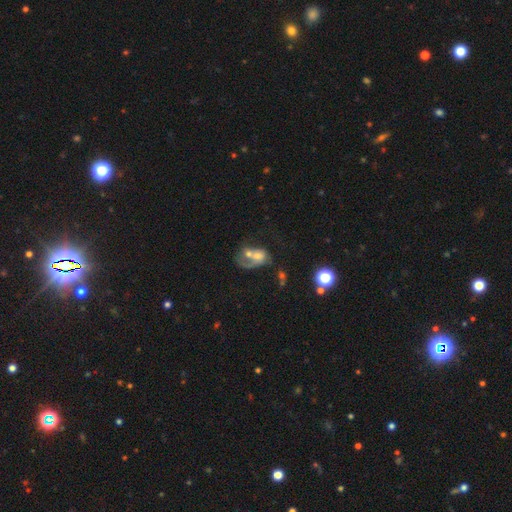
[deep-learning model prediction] This appears to be a featured or disk galaxy (50%). Merging: merger (64%).